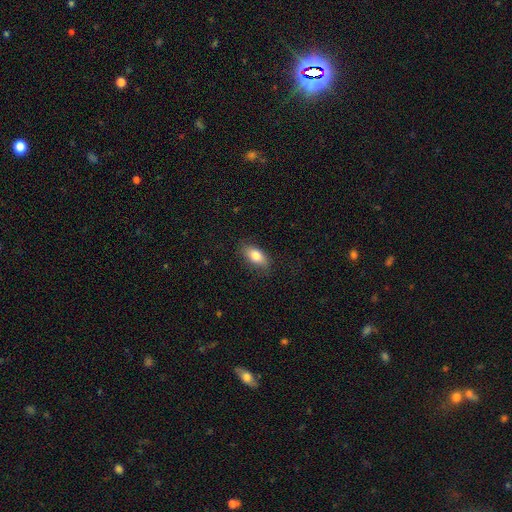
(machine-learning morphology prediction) Q: Smooth or featured?
A: smooth (81%); runner-up: featured or disk (12%)
Q: How rounded?
A: in between (88%); runner-up: cigar-shaped (8%)
Q: Merging?
A: none (83%); runner-up: minor disturbance (13%)